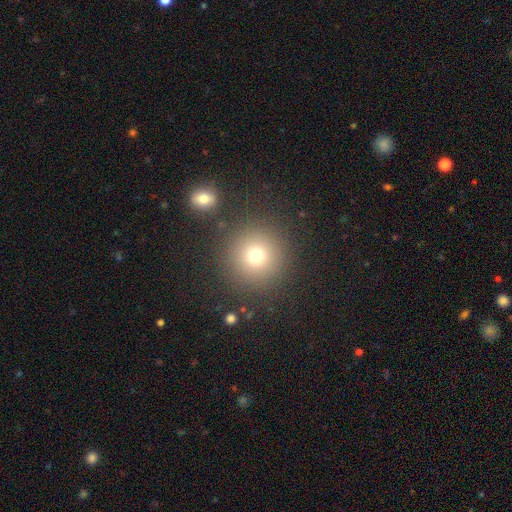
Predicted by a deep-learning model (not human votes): A smooth galaxy with no disk features (73%) that is round (95%). Merging: none (86%).